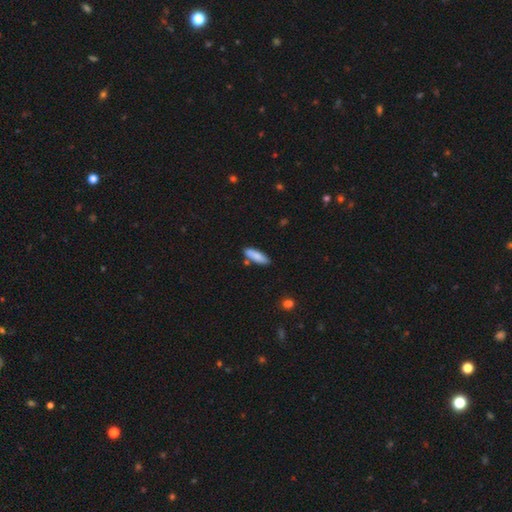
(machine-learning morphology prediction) A smooth galaxy with no disk features (84%) that is cigar-shaped (55%). Merging: none (79%).